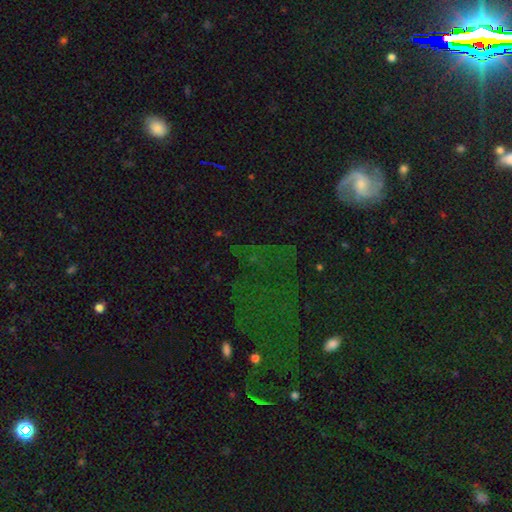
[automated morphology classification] type=star or artifact (45%).